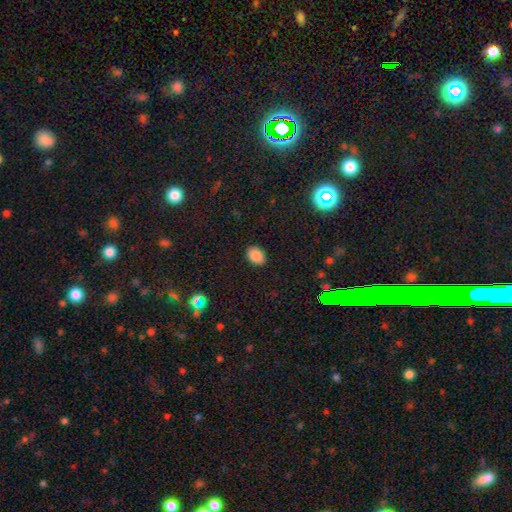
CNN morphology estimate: Overall: smooth (86%). How rounded: in between (70%). Merging: none (89%).